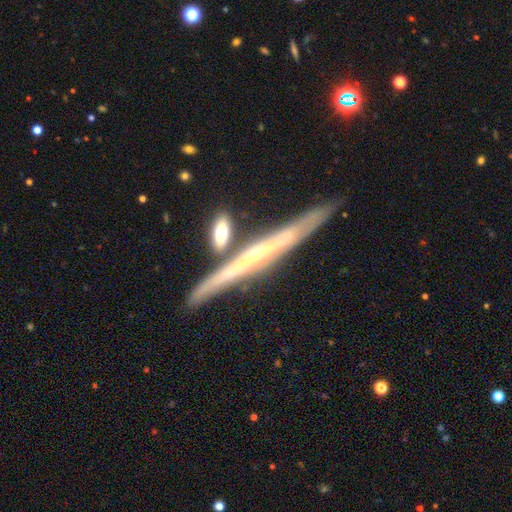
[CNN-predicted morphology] A featured or disk galaxy (77%) viewed edge-on (92%) with a rounded central bulge (53%). Merging: none (73%).